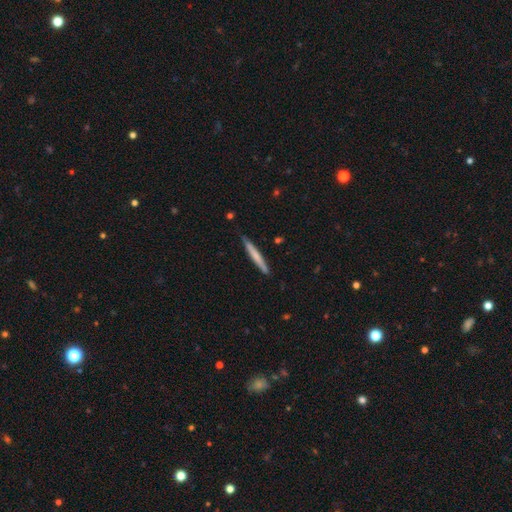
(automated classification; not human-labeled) Overall: smooth (62%; featured or disk 33%). How rounded: cigar-shaped (96%). Merging: none (86%).